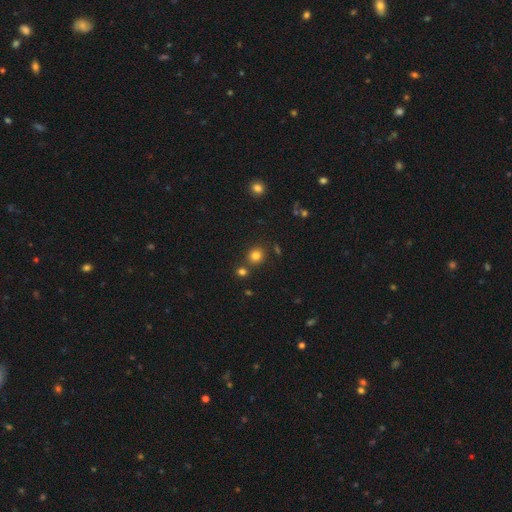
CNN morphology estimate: Overall: smooth (80%). How rounded: round (79%). Merging: none (77%).